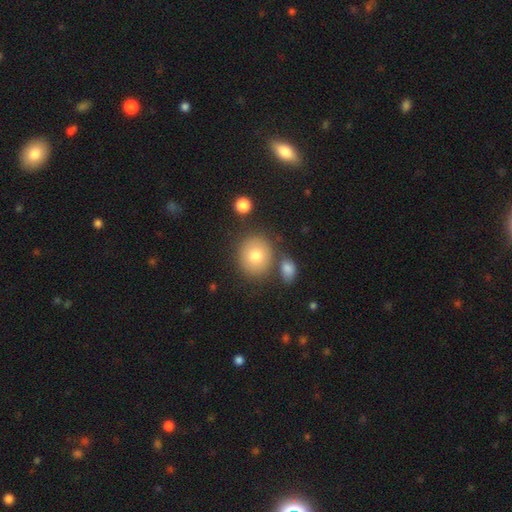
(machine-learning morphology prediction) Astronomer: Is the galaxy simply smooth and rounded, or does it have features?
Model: smooth — 76%.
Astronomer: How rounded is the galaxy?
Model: round — 79%.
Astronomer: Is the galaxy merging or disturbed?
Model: none — 73%.